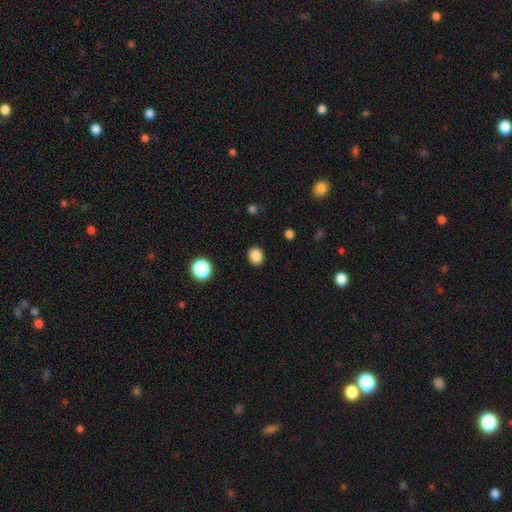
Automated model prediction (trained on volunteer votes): Smooth or featured: smooth — 86% (star or artifact — 11%)
How rounded: round — 65% (in between — 34%)
Merging: none — 90% (minor disturbance — 7%)